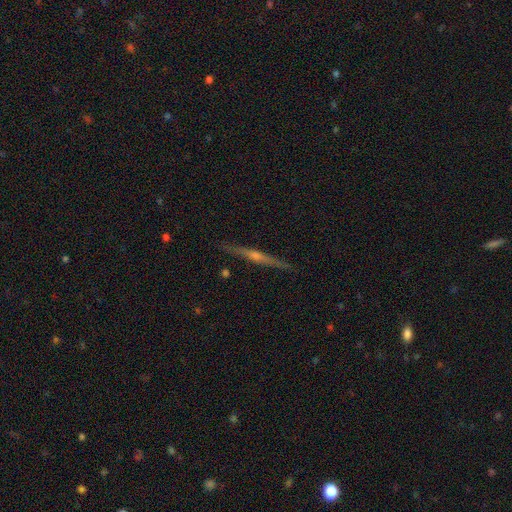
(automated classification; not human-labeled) This is likely a featured or disk galaxy (78%). It is clearly viewed edge-on (98%). Edge-on bulge: likely rounded (76%). Merging: clearly none (90%).